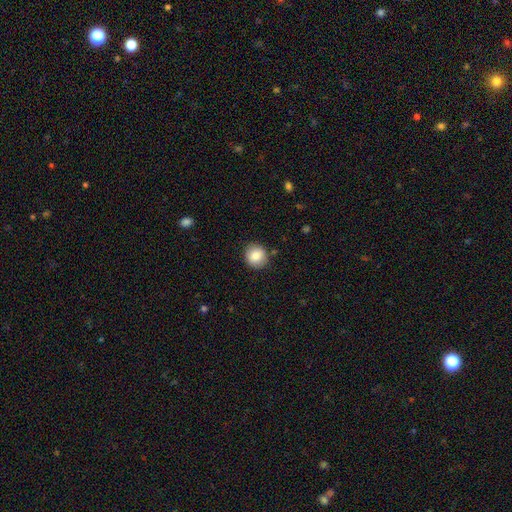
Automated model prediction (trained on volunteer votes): Q: Smooth or featured?
A: smooth (86%); runner-up: star or artifact (8%)
Q: How rounded?
A: round (87%); runner-up: in between (12%)
Q: Merging?
A: none (88%); runner-up: minor disturbance (8%)